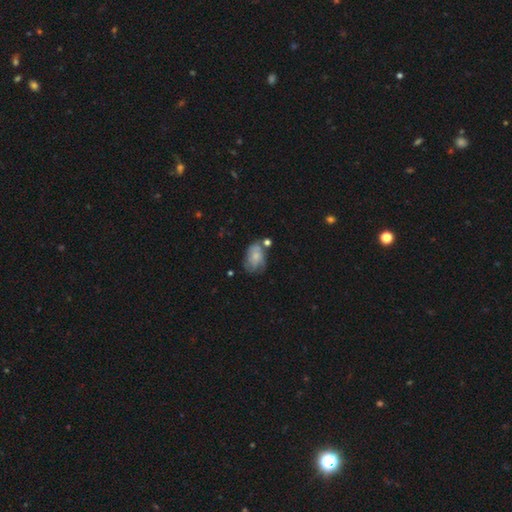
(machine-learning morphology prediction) Smooth or featured? smooth (59%)
How rounded? in between (83%)
Merging? none (45%)